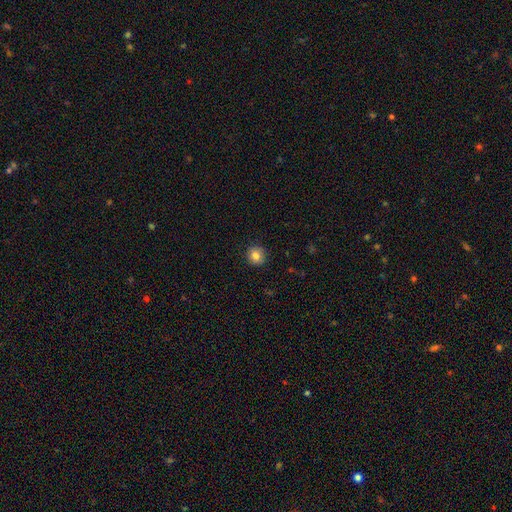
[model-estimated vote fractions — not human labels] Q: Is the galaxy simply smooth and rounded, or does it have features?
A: smooth — 83%.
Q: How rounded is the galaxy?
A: round — 89%.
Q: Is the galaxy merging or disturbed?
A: none — 90%.